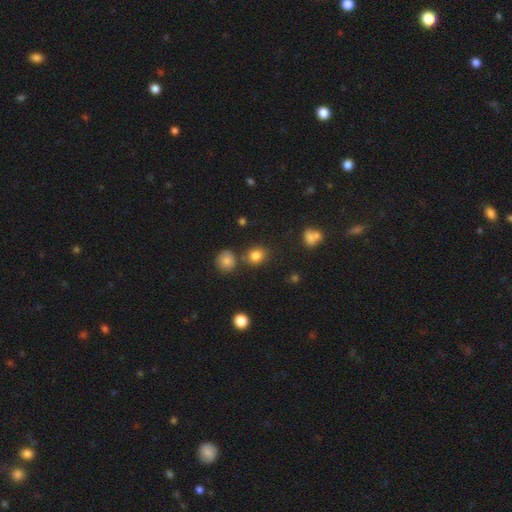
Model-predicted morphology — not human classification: Smooth or featured? Predicted: smooth (p=0.81). How rounded? Predicted: round (p=0.73). Merging? Predicted: none (p=0.77).